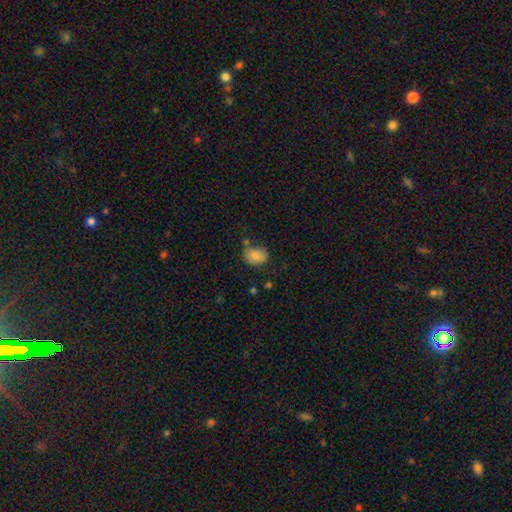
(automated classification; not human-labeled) Smooth or featured? Predicted: smooth (p=0.80). How rounded? Predicted: in between (p=0.63). Merging? Predicted: none (p=0.62).